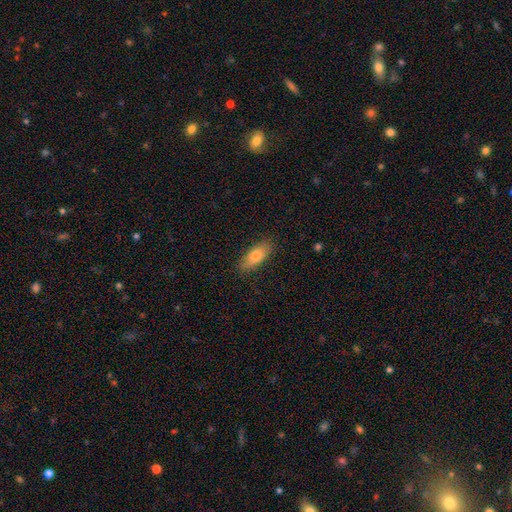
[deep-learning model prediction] A smooth galaxy with no disk features (76%) that is in between round and cigar-shaped (69%).

Vote fractions:
- Smooth or featured? smooth: 76% / featured or disk: 17% / star or artifact: 7%
- How rounded? in between: 69% / cigar-shaped: 28% / round: 3%
- Merging? none: 84% / minor disturbance: 12% / major disturbance: 2% / merger: 1%